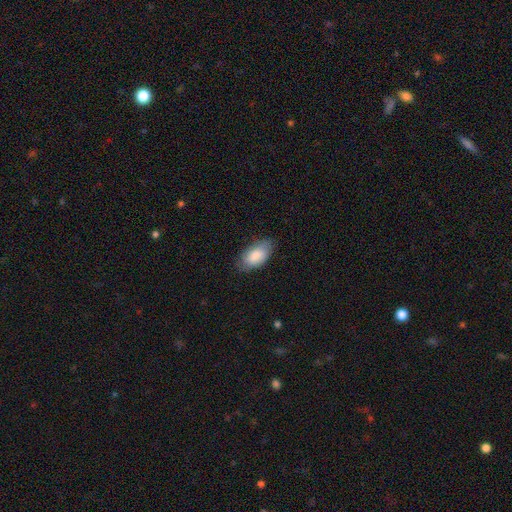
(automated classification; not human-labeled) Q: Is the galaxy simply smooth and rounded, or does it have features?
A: smooth — 85%.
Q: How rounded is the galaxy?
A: in between — 94%.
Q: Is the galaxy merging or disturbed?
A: none — 79%.